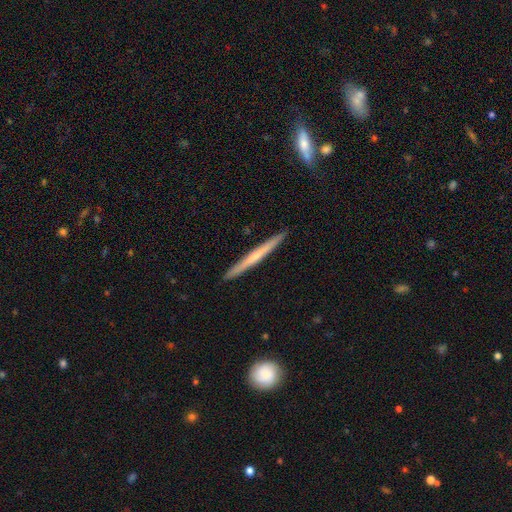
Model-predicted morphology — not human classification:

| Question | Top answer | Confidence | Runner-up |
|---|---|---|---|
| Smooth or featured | featured or disk | 54% | smooth (41%) |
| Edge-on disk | yes | 97% | no (3%) |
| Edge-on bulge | none | 66% | rounded (28%) |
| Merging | none | 92% | minor disturbance (5%) |